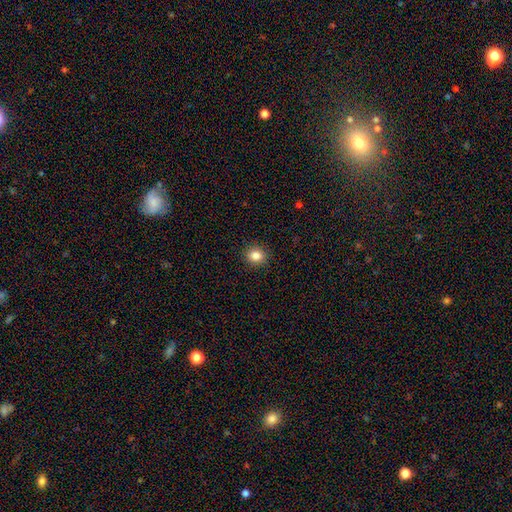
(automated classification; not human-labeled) Morphology: type=smooth (84%); roundness=round (73%); merging=none (91%).